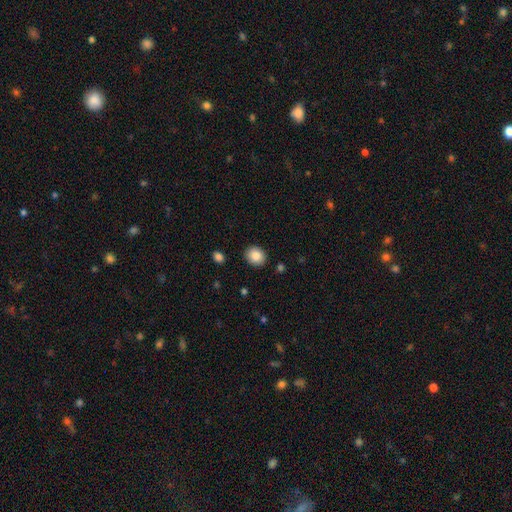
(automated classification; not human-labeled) Smooth or featured? smooth (87%)
How rounded? round (69%)
Merging? none (89%)